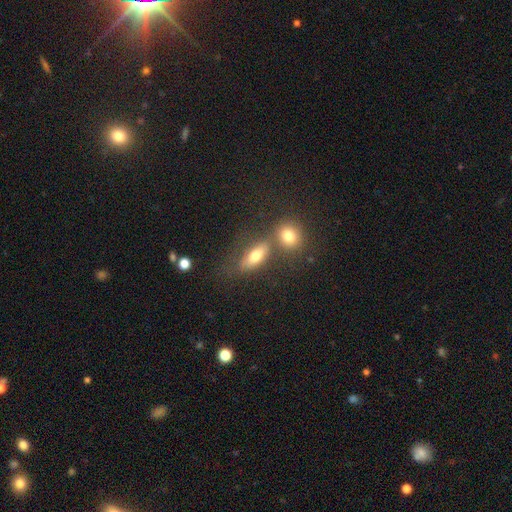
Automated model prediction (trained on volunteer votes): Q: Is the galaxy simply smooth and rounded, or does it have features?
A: smooth — 69%.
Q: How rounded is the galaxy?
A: in between — 73%.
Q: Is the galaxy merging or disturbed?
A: none — 51%.